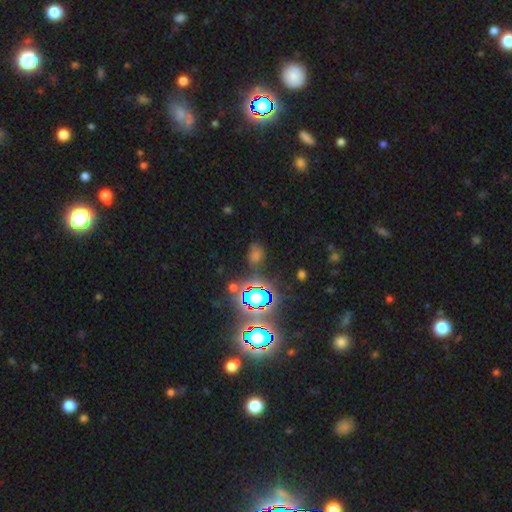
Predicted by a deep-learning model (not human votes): This appears to be a star or artifact, not a galaxy (58%).